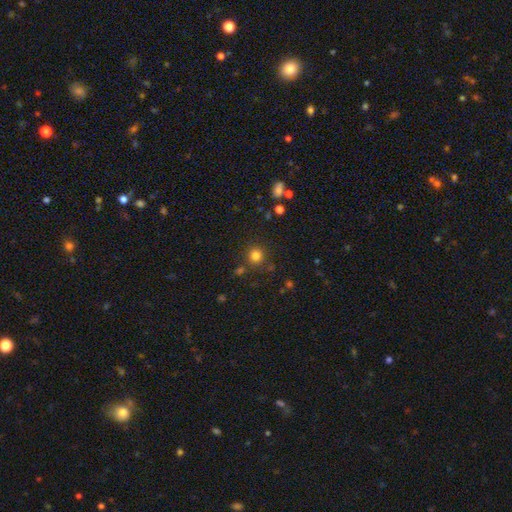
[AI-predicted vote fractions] smooth_or_featured: smooth (p=0.80) [alt: star or artifact p=0.15]
how_rounded: round (p=0.92) [alt: in between p=0.07]
merging: none (p=0.83) [alt: minor disturbance p=0.08]